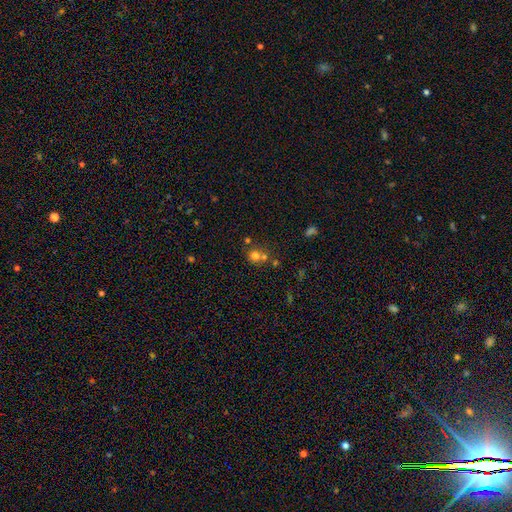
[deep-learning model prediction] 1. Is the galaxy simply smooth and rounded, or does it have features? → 70% smooth, 18% star or artifact, 12% featured or disk.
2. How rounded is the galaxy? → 85% round, 14% in between, 1% cigar-shaped.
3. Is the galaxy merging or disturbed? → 51% none, 37% merger, 8% minor disturbance, 3% major disturbance.